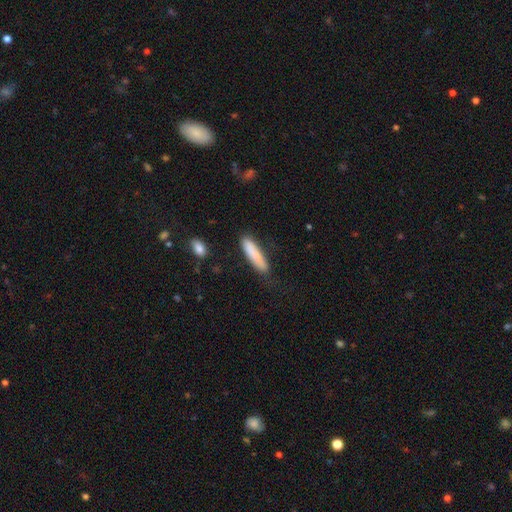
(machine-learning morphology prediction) Smooth or featured? smooth (84%)
How rounded? cigar-shaped (80%)
Merging? none (75%)